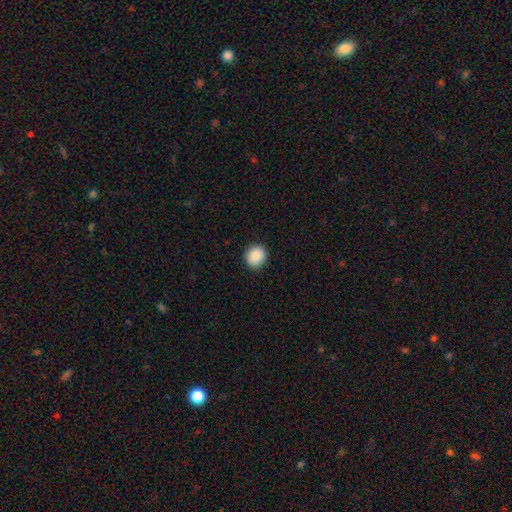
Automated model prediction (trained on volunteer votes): This is clearly a smooth galaxy (89%). How rounded: clearly round (87%). Merging: clearly none (91%).